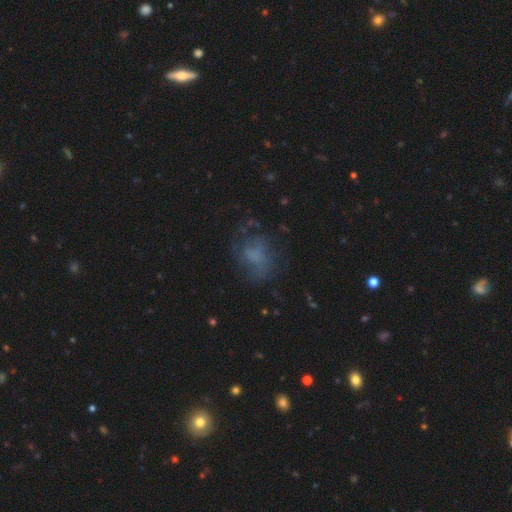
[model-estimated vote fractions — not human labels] This appears to be a smooth galaxy with no disk features (44%). Merging: none (52%).